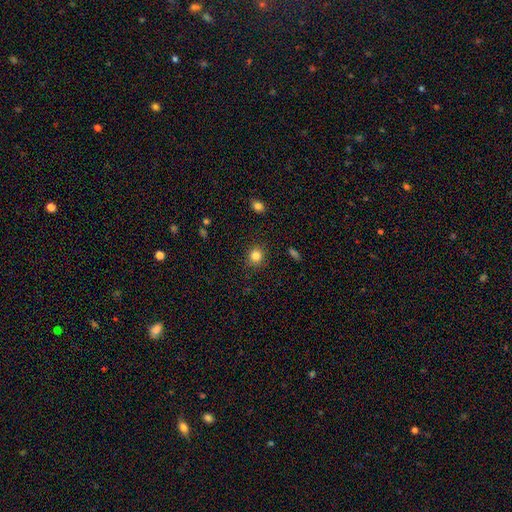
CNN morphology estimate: Overall: smooth (83%). How rounded: round (82%). Merging: none (88%).